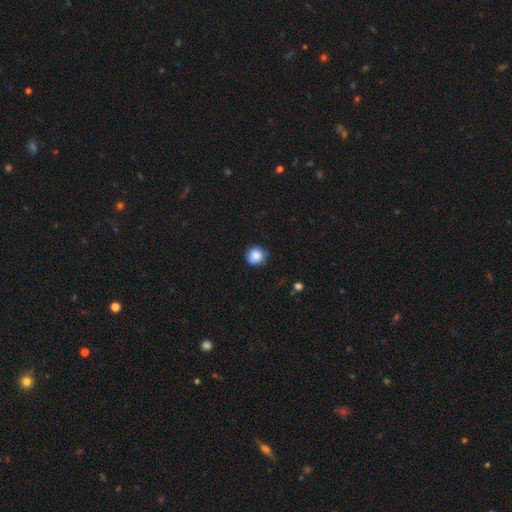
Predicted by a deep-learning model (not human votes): The model was most divided on "merging": none: 74%, minor disturbance: 21%, major disturbance: 4%, merger: 1%. More confident: how rounded — round (88%); smooth or featured — smooth (84%).